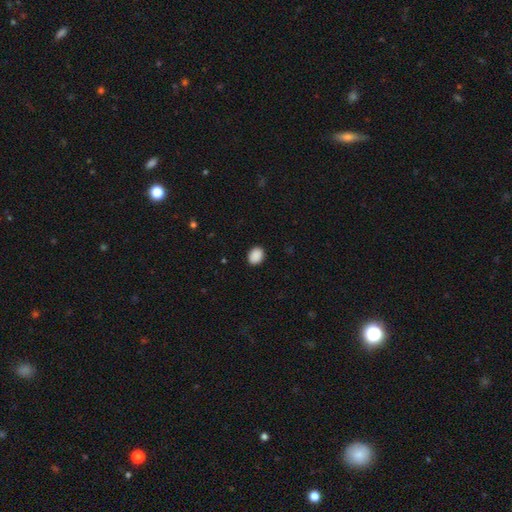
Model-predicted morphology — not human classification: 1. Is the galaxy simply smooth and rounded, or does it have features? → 90% smooth, 8% star or artifact, 2% featured or disk.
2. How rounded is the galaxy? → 61% in between, 38% round, 1% cigar-shaped.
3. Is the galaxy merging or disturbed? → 90% none, 7% minor disturbance, 2% major disturbance, 1% merger.